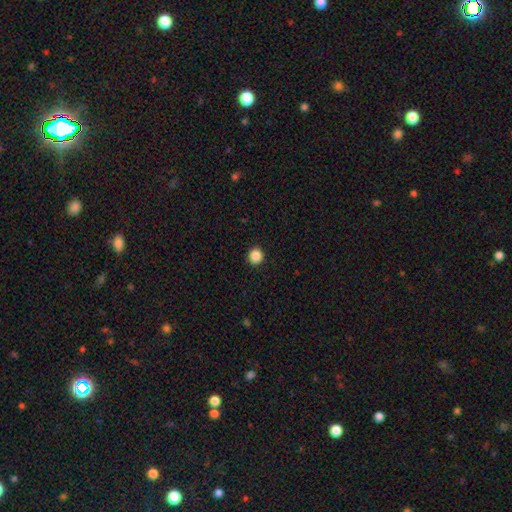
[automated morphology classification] Smooth or featured: smooth — 87% (star or artifact — 10%)
How rounded: round — 93% (in between — 6%)
Merging: none — 93% (minor disturbance — 4%)